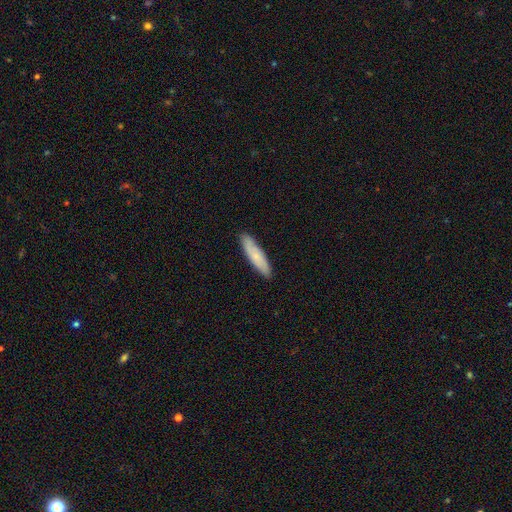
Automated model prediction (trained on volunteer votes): Smooth or featured: smooth — 67% (featured or disk — 27%)
How rounded: cigar-shaped — 76% (in between — 23%)
Merging: none — 88% (minor disturbance — 10%)